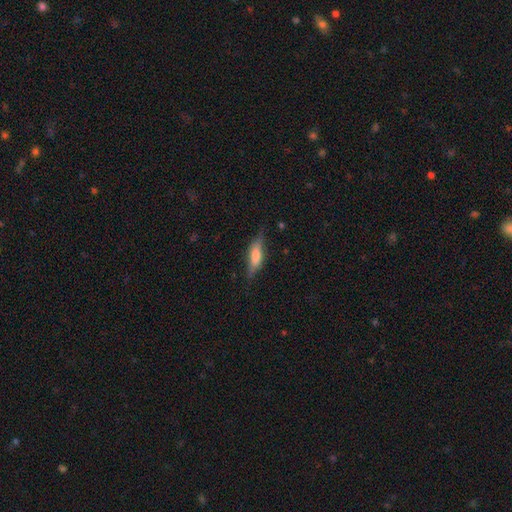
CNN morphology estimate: Smooth or featured: smooth — 55% (featured or disk — 38%)
How rounded: cigar-shaped — 57% (in between — 41%)
Merging: none — 74% (minor disturbance — 20%)